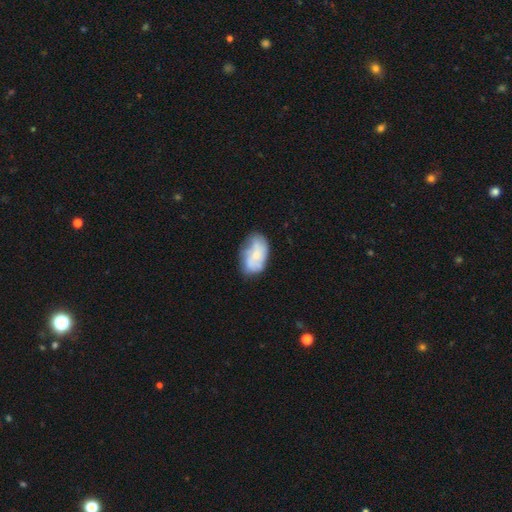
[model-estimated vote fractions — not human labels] Morphology: type=smooth (50%); merging=none (53%).